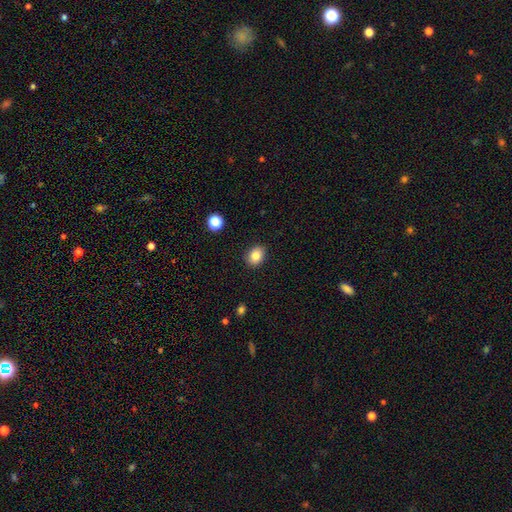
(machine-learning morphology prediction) Overall: smooth (84%). How rounded: round (50%; in between 49%). Merging: none (89%).